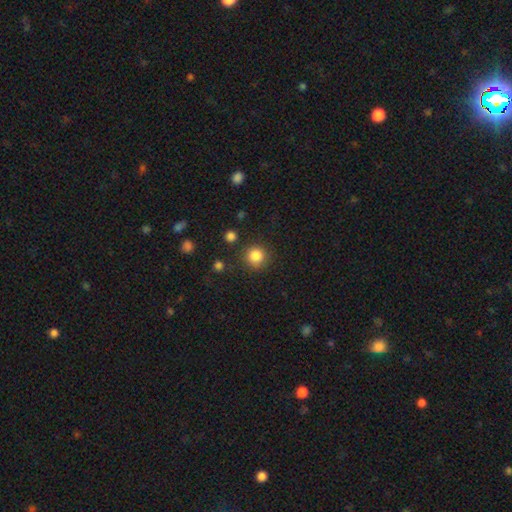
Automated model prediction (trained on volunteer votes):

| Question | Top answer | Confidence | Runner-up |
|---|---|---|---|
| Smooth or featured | smooth | 85% | star or artifact (11%) |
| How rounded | round | 93% | in between (6%) |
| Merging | none | 86% | minor disturbance (8%) |